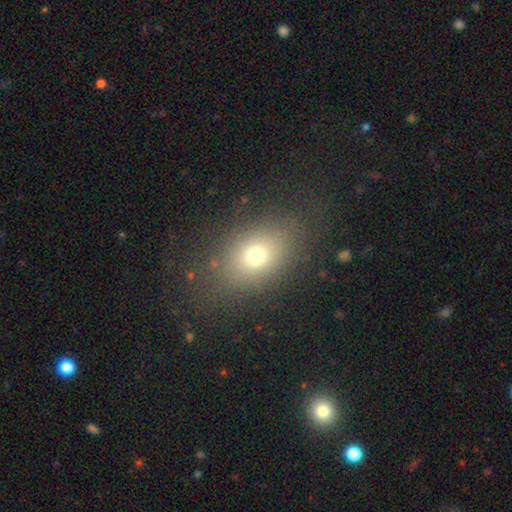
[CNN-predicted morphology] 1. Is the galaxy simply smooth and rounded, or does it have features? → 70% smooth, 16% star or artifact, 14% featured or disk.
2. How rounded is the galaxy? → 69% in between, 29% round, 2% cigar-shaped.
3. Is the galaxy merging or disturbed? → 78% none, 12% minor disturbance, 8% major disturbance, 2% merger.